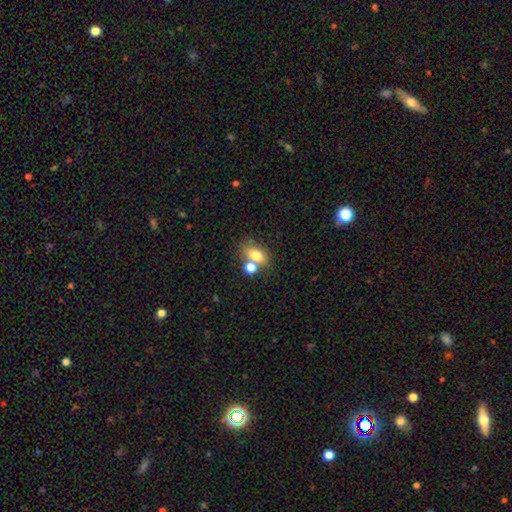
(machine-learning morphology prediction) This appears to be a smooth galaxy with no disk features (75%) that is in between round and cigar-shaped (76%). Merging: none (51%).